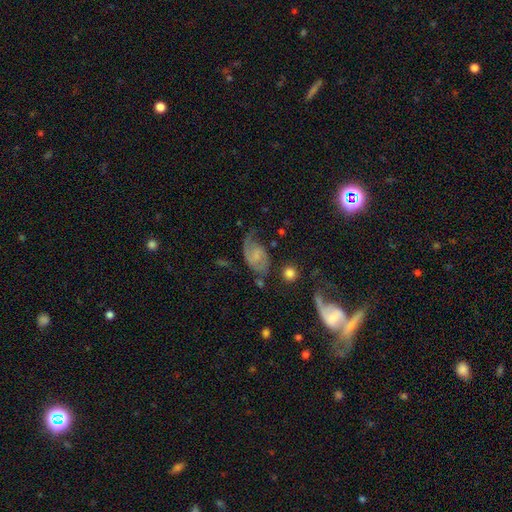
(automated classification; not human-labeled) Smooth or featured: featured or disk — 73% (smooth — 19%)
Edge-on disk: no — 97% (yes — 3%)
Bar: no — 49% (weak — 42%)
Spiral arms: yes — 92% (no — 8%)
Spiral winding: medium — 46% (loose — 30%)
Spiral arm count: 2 — 74% (1 — 15%)
Bulge size: small — 44% (none — 29%)
Merging: none — 51% (minor disturbance — 25%)